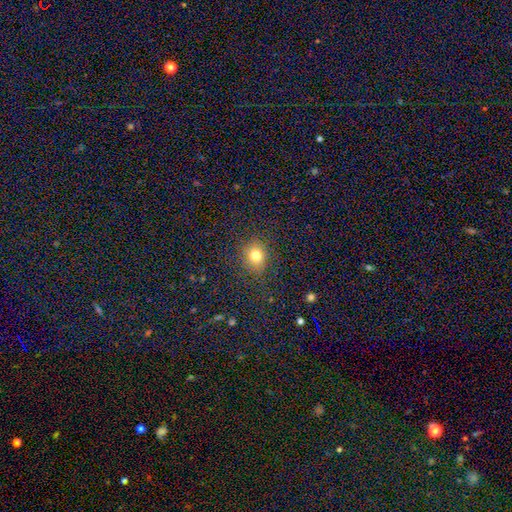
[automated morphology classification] The model was most divided on "how rounded": round: 72%, in between: 27%, cigar-shaped: 2%. More confident: merging — none (85%); smooth or featured — smooth (75%).